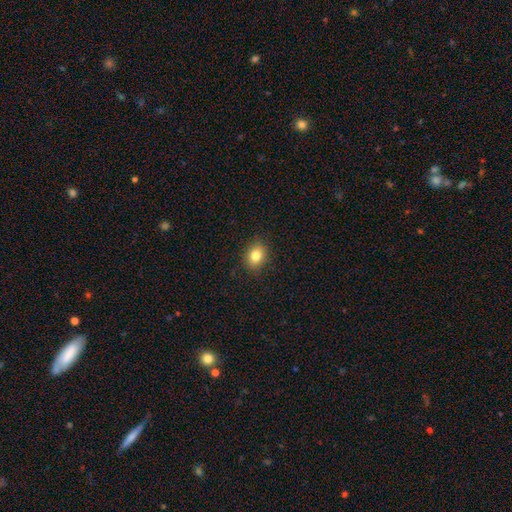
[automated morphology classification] A smooth galaxy with no disk features (82%) that is in between round and cigar-shaped (49%, tied with round). Merging: none (88%).